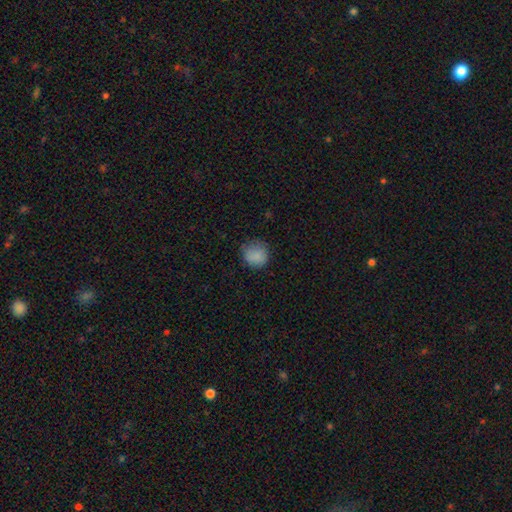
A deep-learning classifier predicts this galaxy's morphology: smooth_or_featured: smooth (p=0.85) [alt: star or artifact p=0.09]
how_rounded: round (p=0.89) [alt: in between p=0.10]
merging: none (p=0.78) [alt: minor disturbance p=0.17]